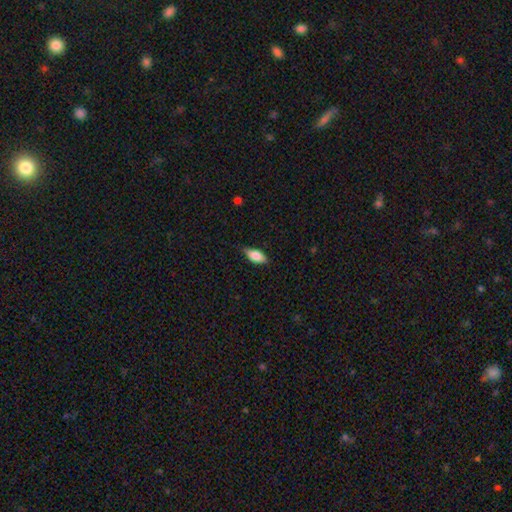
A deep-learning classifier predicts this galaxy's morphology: This is clearly a smooth galaxy (80%). How rounded: clearly in between (87%). Merging: likely none (76%).